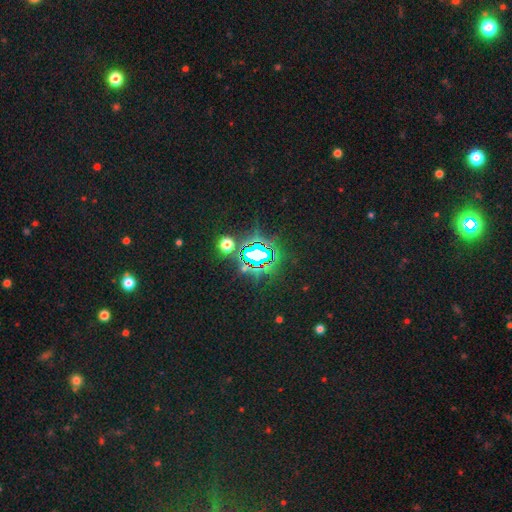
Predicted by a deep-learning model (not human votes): This is likely a star or artifact rather than a galaxy (78%).